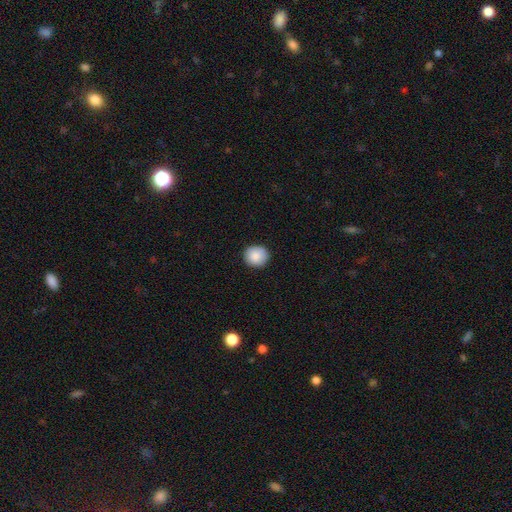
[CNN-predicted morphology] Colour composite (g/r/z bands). It shows a smooth galaxy with no disk features (87%) that is round (88%). Merging: none (90%).